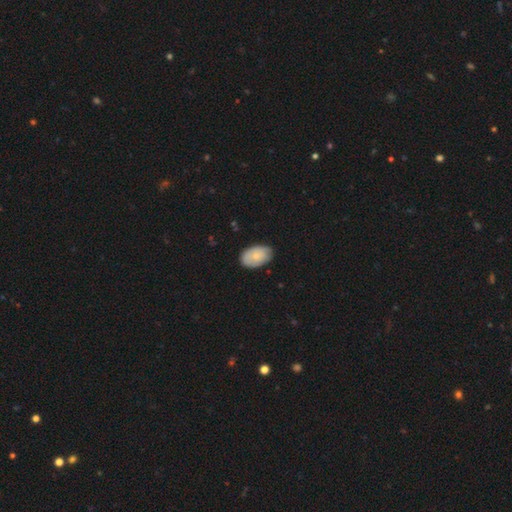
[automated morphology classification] The model was most divided on "smooth or featured": smooth: 72%, featured or disk: 22%, star or artifact: 6%. More confident: how rounded — in between (91%); merging — none (80%).